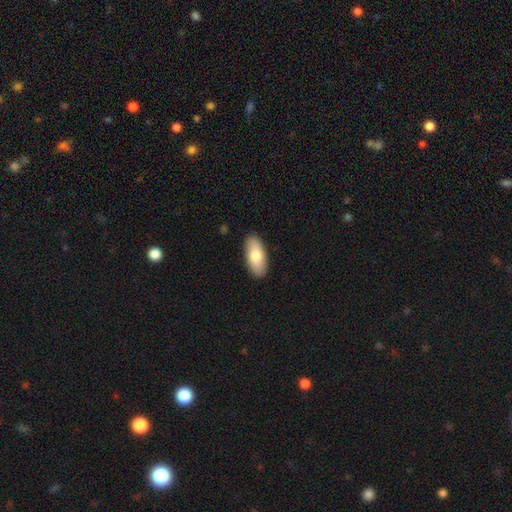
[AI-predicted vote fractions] Smooth or featured?
  - smooth: 79% *
  - featured or disk: 16%
  - star or artifact: 5%
How rounded?
  - in between: 89% *
  - cigar-shaped: 8%
  - round: 2%
Merging?
  - none: 89% *
  - minor disturbance: 8%
  - major disturbance: 2%
  - merger: 1%